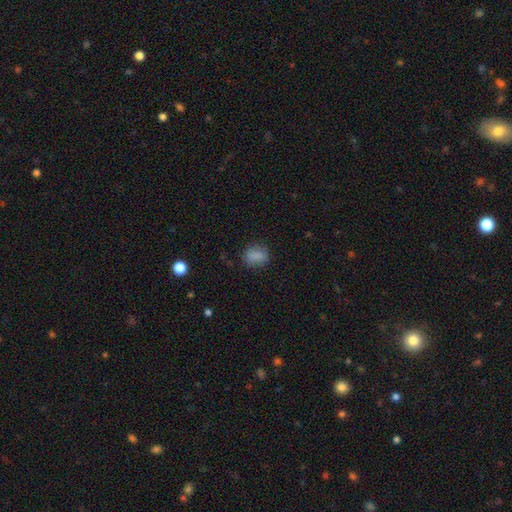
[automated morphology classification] Overall: smooth (84%). How rounded: in between (53%; round 45%). Merging: none (79%).